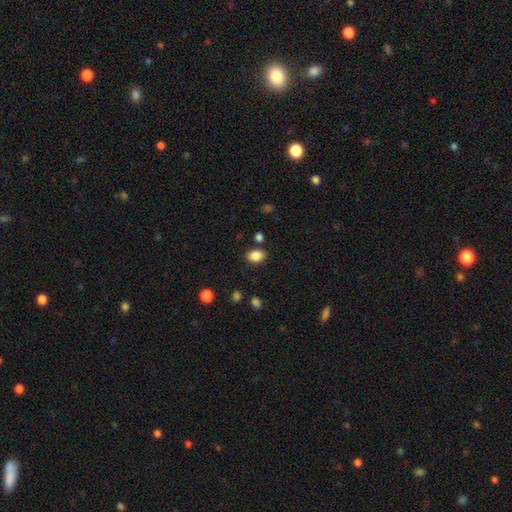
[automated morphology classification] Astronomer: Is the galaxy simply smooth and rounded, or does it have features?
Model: smooth — 86%.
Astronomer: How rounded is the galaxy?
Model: in between — 74%.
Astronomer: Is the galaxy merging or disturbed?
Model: none — 81%.